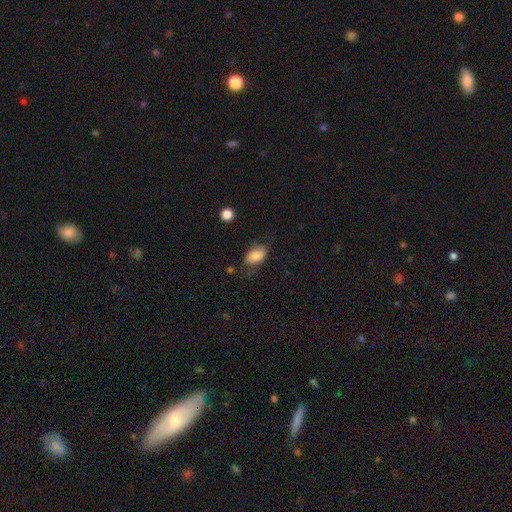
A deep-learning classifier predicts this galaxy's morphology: This is clearly a smooth galaxy (83%). How rounded: clearly in between (89%). Merging: likely none (65%).